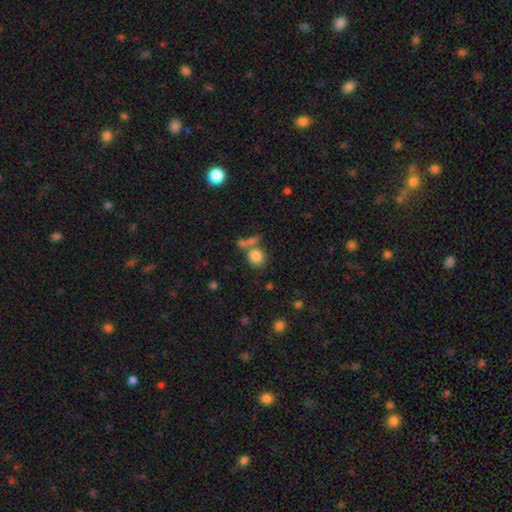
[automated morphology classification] A smooth galaxy with no disk features (82%) that is round (74%). Merging: none (55%).